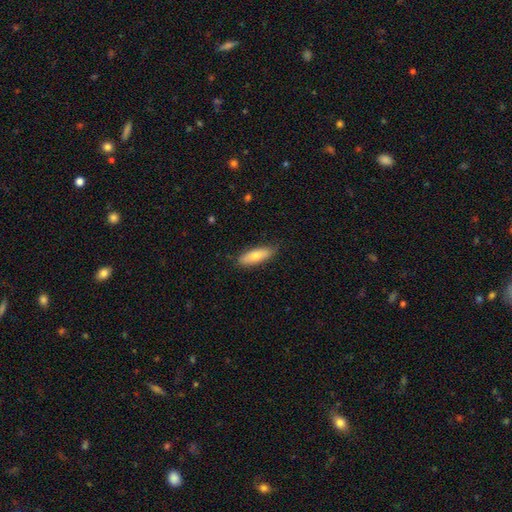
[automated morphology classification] type=smooth (74%); roundness=in between (55%); merging=none (82%).